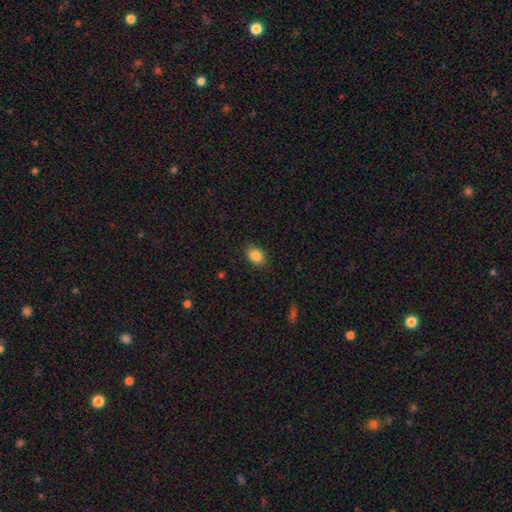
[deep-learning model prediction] smooth_or_featured: smooth (p=0.87) [alt: star or artifact p=0.09]
how_rounded: in between (p=0.77) [alt: round p=0.22]
merging: none (p=0.87) [alt: minor disturbance p=0.09]